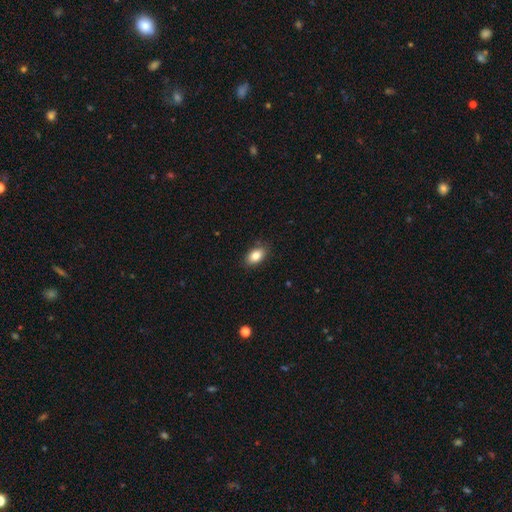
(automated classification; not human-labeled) Morphology: type=smooth (84%); roundness=in between (89%); merging=none (85%).